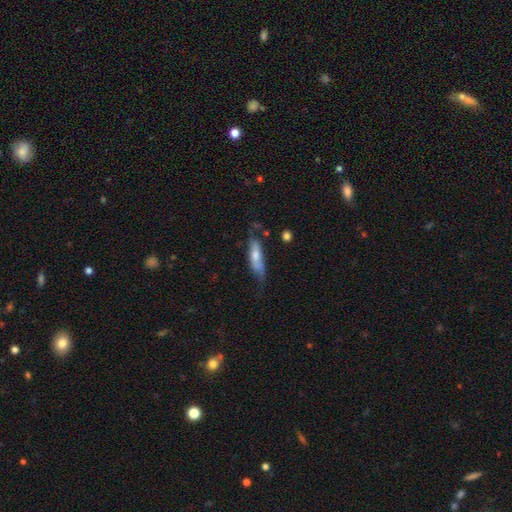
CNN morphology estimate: type=smooth (64%); roundness=cigar-shaped (51%); merging=none (51%).